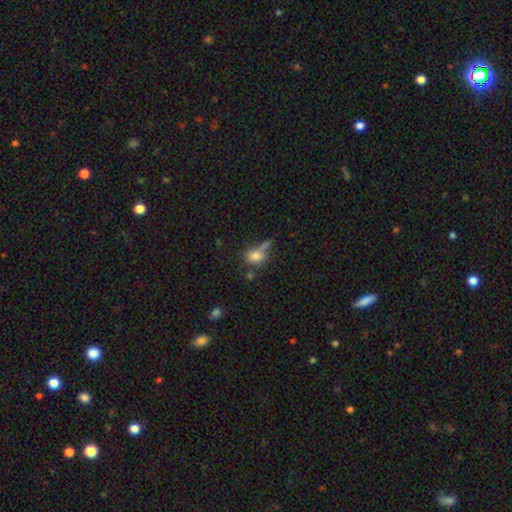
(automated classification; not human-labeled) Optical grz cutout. It shows a smooth galaxy with no disk features (78%) that is in between round and cigar-shaped (73%). Merging: none (42%).